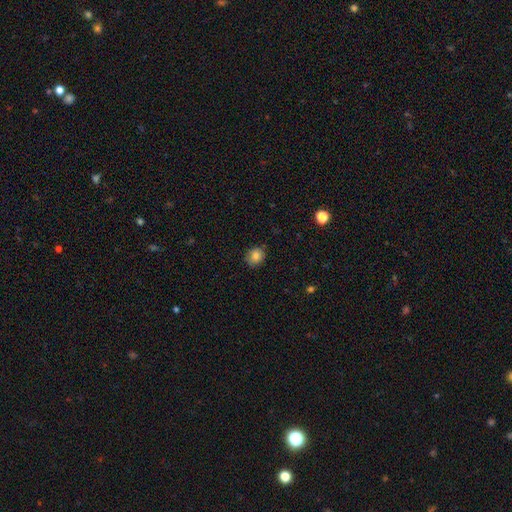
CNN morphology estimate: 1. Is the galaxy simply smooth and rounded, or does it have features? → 82% smooth, 10% star or artifact, 8% featured or disk.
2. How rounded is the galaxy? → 74% round, 25% in between, 1% cigar-shaped.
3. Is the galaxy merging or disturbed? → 85% none, 12% minor disturbance, 2% major disturbance, 1% merger.